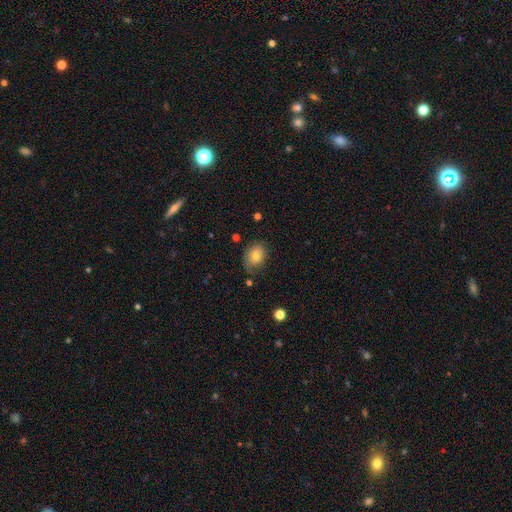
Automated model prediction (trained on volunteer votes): Q: Smooth or featured?
A: smooth (74%); runner-up: featured or disk (17%)
Q: How rounded?
A: in between (64%); runner-up: round (35%)
Q: Merging?
A: none (62%); runner-up: minor disturbance (27%)